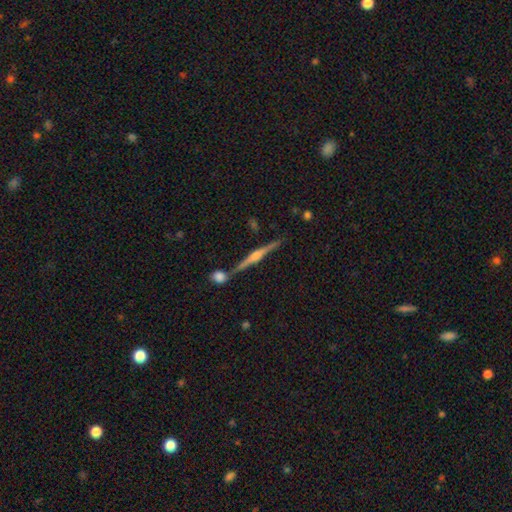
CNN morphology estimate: Smooth or featured? Predicted: featured or disk (p=0.85). Edge-on disk? Predicted: yes (p=0.98). Edge-on bulge? Predicted: rounded (p=0.88). Merging? Predicted: none (p=0.83).